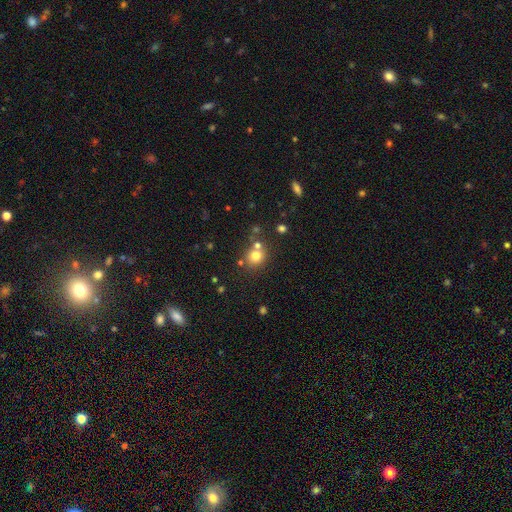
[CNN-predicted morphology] This appears to be a smooth galaxy with no disk features (75%) that is round (85%). Merging: none (66%).